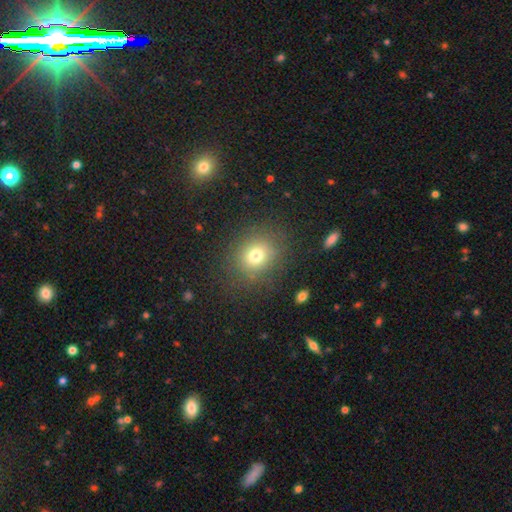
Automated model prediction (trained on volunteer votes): Smooth or featured?
  - smooth: 74% *
  - star or artifact: 15%
  - featured or disk: 11%
How rounded?
  - round: 72% *
  - in between: 27%
  - cigar-shaped: 1%
Merging?
  - none: 83% *
  - minor disturbance: 10%
  - major disturbance: 5%
  - merger: 1%